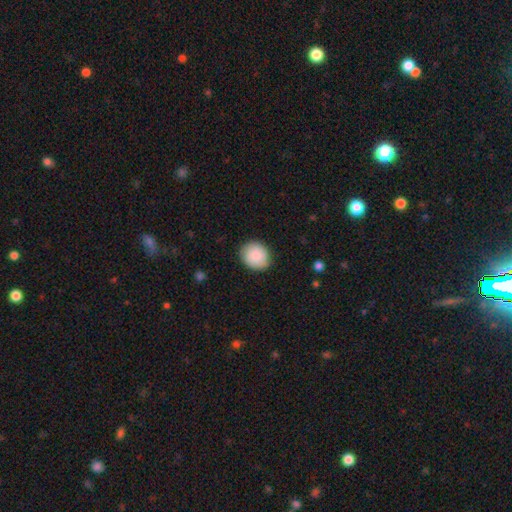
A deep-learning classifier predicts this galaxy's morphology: This is clearly a smooth galaxy (88%). How rounded: likely round (68%). Merging: clearly none (87%).